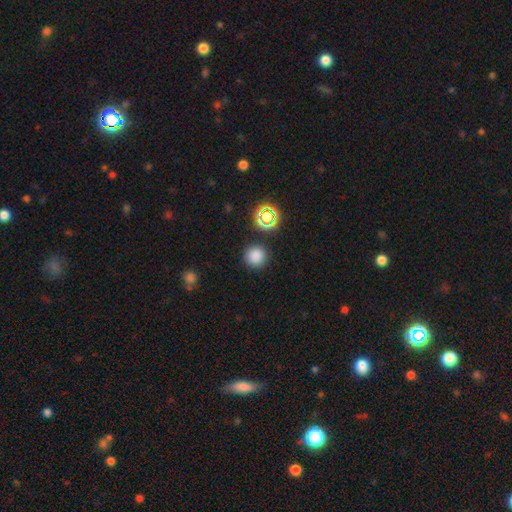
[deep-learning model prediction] Morphology: type=smooth (79%); roundness=round (94%); merging=none (89%).